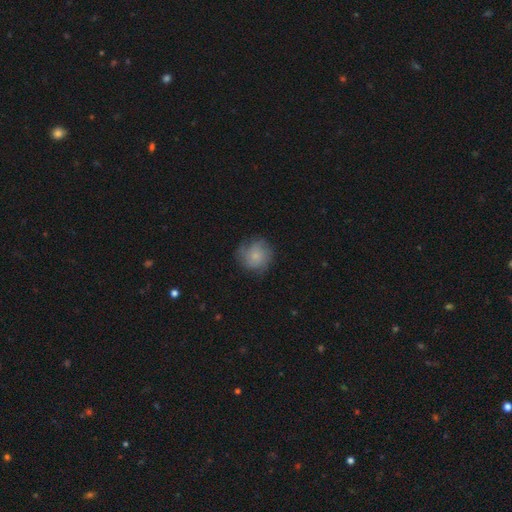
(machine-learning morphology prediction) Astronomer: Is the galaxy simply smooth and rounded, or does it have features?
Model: smooth — 57% (runner-up: featured or disk, 34%).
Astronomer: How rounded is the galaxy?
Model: round — 88%.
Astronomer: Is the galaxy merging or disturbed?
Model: none — 72%.